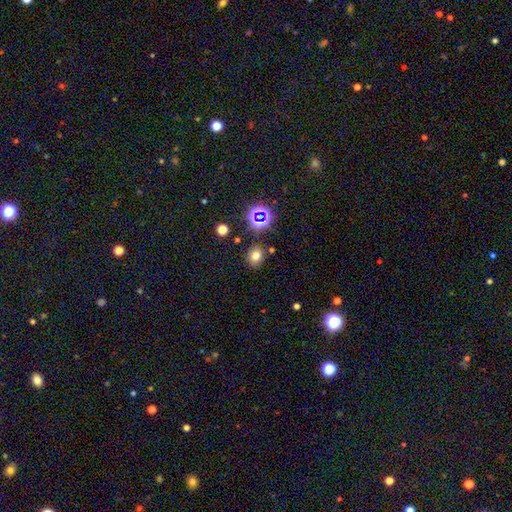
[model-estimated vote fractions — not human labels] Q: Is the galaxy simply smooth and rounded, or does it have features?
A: smooth — 72%.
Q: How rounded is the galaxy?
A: round — 60%.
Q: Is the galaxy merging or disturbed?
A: none — 83%.